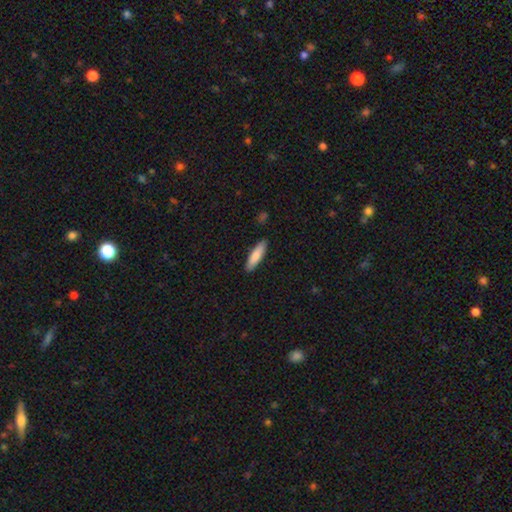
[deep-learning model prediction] Overall: smooth (84%). How rounded: cigar-shaped (69%; in between 30%). Merging: none (88%).